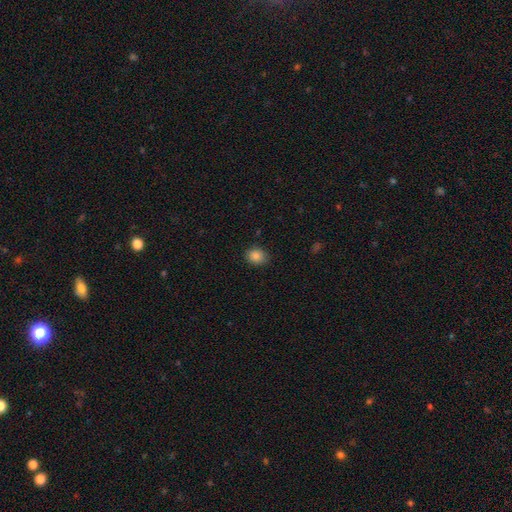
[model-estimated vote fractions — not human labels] Smooth or featured? smooth (85%)
How rounded? round (55%)
Merging? none (86%)